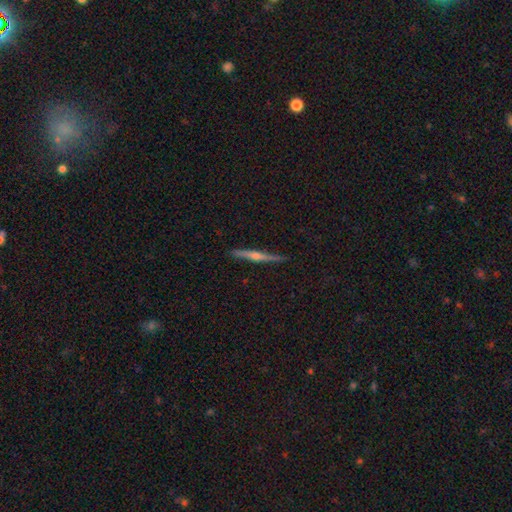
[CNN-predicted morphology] type=featured or disk (78%); edge-on=yes (98%); edge-on bulge=rounded (86%); merging=none (91%).